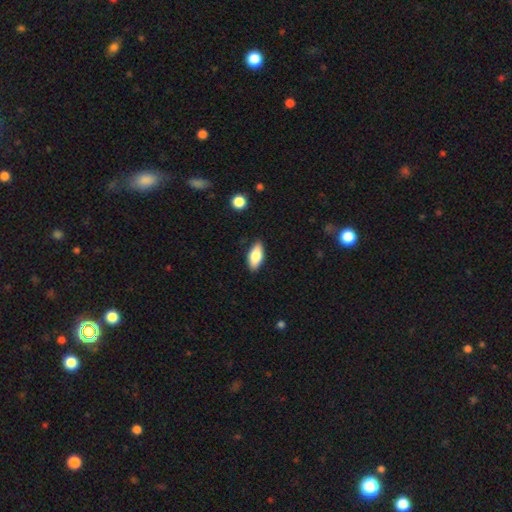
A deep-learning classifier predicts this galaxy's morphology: type=smooth (78%); roundness=in between (85%); merging=none (86%).